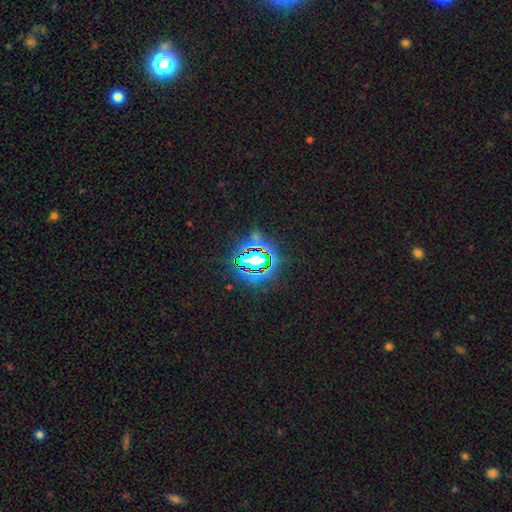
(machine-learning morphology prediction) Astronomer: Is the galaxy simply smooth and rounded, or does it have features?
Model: star or artifact — 71%.